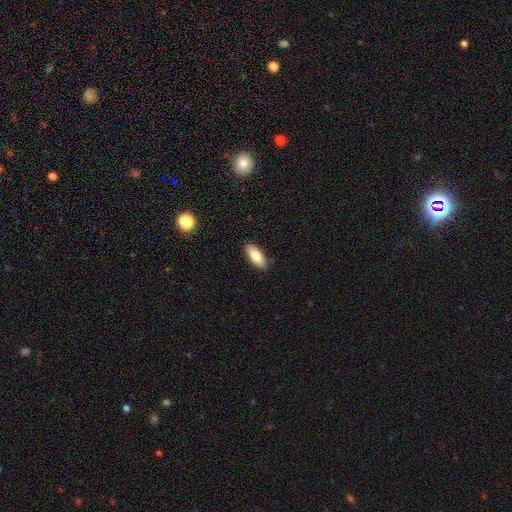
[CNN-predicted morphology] Smooth or featured? smooth (79%)
How rounded? in between (80%)
Merging? none (89%)